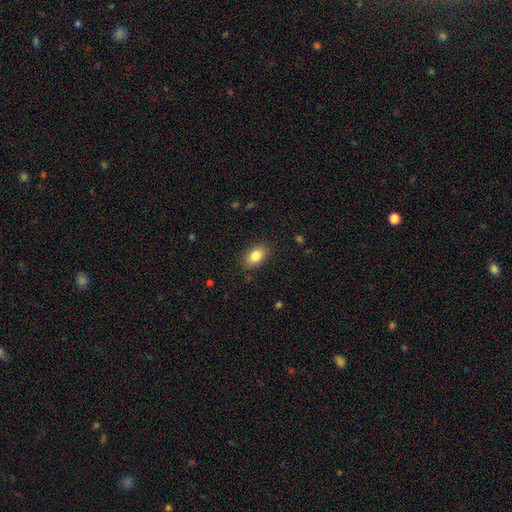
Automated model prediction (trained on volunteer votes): This appears to be a smooth galaxy with no disk features (84%) that is in between round and cigar-shaped (85%). Merging: none (86%).